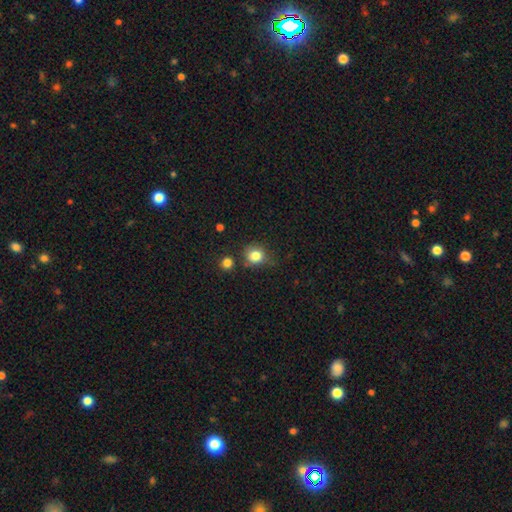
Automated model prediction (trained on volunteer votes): The model was most divided on "merging": none: 66%, minor disturbance: 20%, merger: 8%, major disturbance: 6%. More confident: smooth or featured — smooth (83%); how rounded — round (80%).